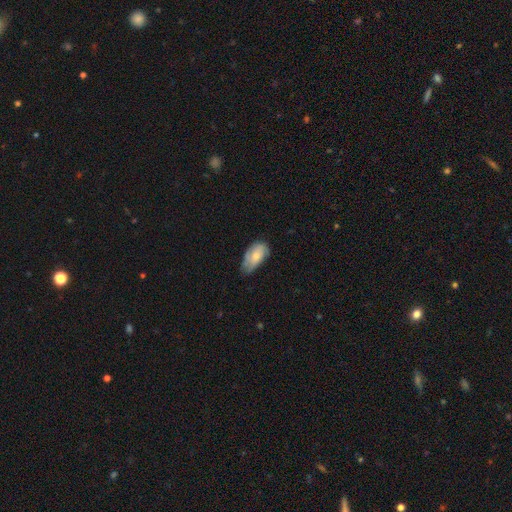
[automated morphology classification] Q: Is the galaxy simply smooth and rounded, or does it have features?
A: smooth — 62%.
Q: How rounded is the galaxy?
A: in between — 92%.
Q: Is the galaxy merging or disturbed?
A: none — 50%.